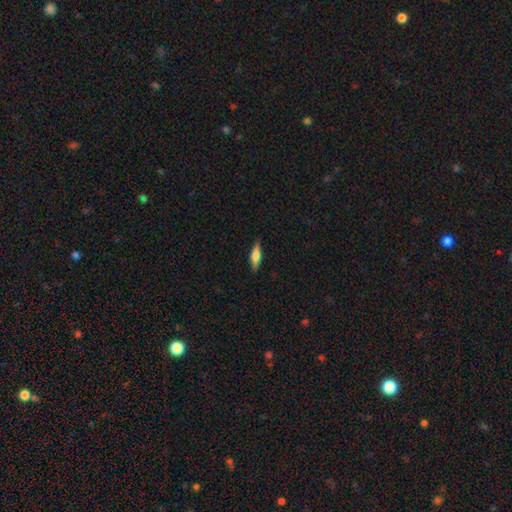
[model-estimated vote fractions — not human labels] Morphology: type=smooth (56%); roundness=cigar-shaped (63%); merging=none (88%).